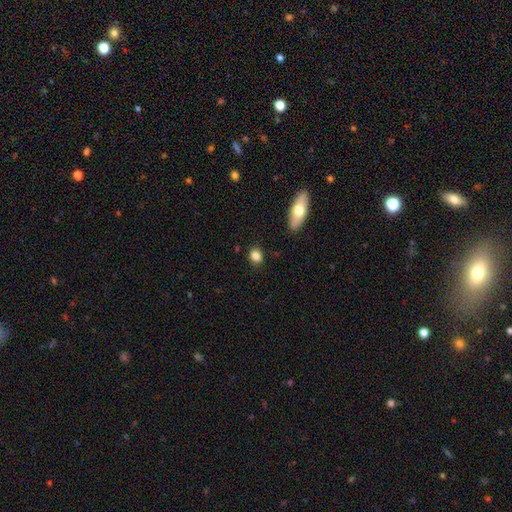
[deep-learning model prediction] smooth-or-featured: smooth: 84% | star or artifact: 9% | featured or disk: 7%
  how-rounded: in between: 50% | round: 48% | cigar-shaped: 3%
  merging: none: 85% | minor disturbance: 11% | major disturbance: 3% | merger: 2%